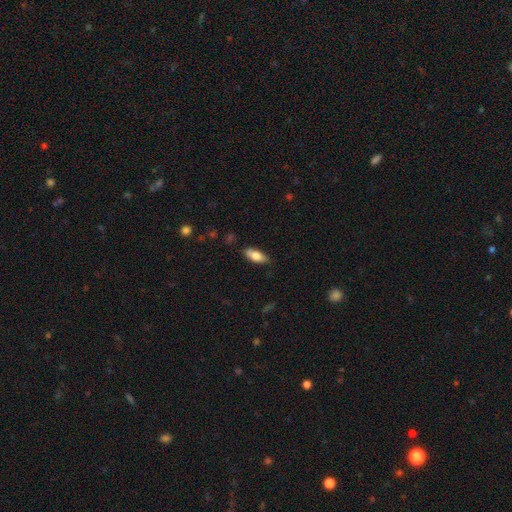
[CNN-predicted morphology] smooth_or_featured: smooth (p=0.74) [alt: featured or disk p=0.20]
how_rounded: in between (p=0.78) [alt: cigar-shaped p=0.20]
merging: none (p=0.83) [alt: minor disturbance p=0.14]